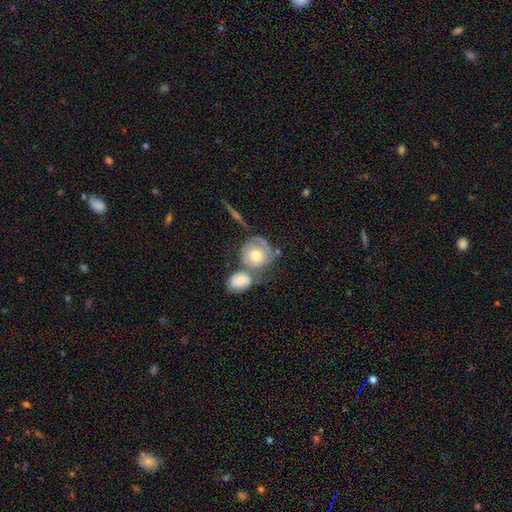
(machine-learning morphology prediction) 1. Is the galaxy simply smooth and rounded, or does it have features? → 48% smooth, 45% featured or disk, 7% star or artifact.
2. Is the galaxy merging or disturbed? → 44% merger, 32% none, 14% minor disturbance, 10% major disturbance.